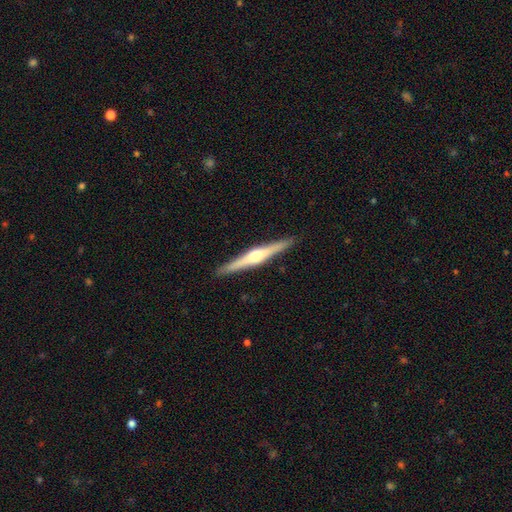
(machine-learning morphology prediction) featured or disk 77%, smooth 18%, star or artifact 5%. Down the decision tree: edge-on disk — yes (98%); edge-on bulge — rounded (84%); merging — none (92%).